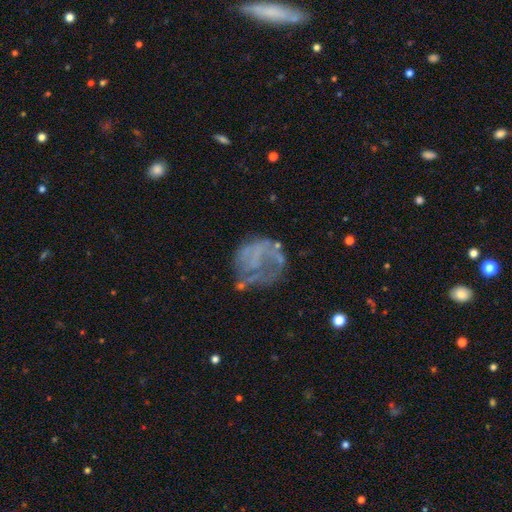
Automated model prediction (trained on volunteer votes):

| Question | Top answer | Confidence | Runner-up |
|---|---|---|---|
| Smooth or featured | featured or disk | 56% | smooth (30%) |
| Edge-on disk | no | 98% | yes (2%) |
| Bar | no | 81% | weak (13%) |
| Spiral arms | no | 74% | yes (26%) |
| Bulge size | none | 80% | small (10%) |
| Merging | none | 41% | major disturbance (34%) |